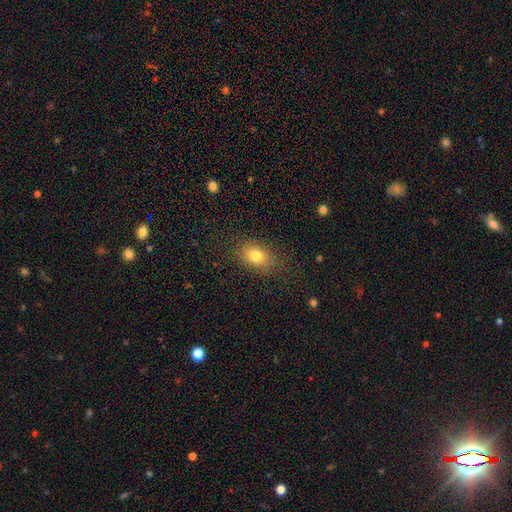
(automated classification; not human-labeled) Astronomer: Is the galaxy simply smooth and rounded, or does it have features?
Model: smooth — 78%.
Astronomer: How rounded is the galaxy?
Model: in between — 78%.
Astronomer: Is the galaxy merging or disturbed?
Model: none — 82%.